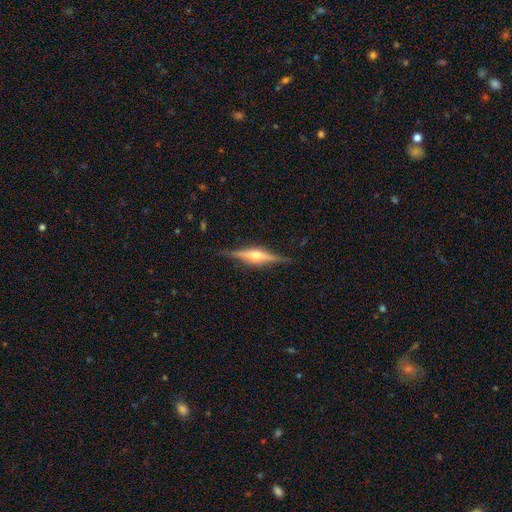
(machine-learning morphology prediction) Overall: featured or disk (79%). Edge-on disk: yes (97%). Edge-on bulge: rounded (91%). Merging: none (87%).